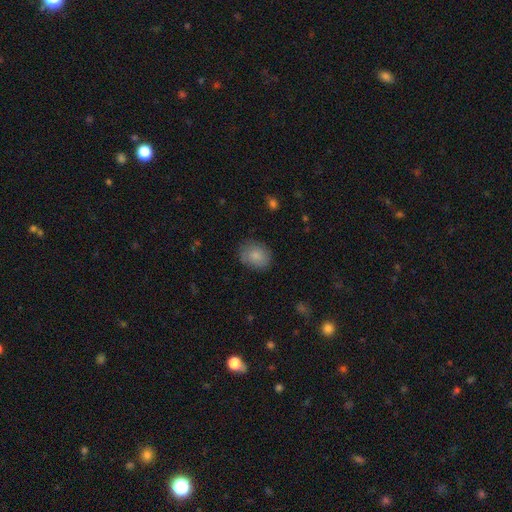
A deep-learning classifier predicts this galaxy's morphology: This is clearly a smooth galaxy (84%). How rounded: possibly in between (54%). Merging: likely none (79%).